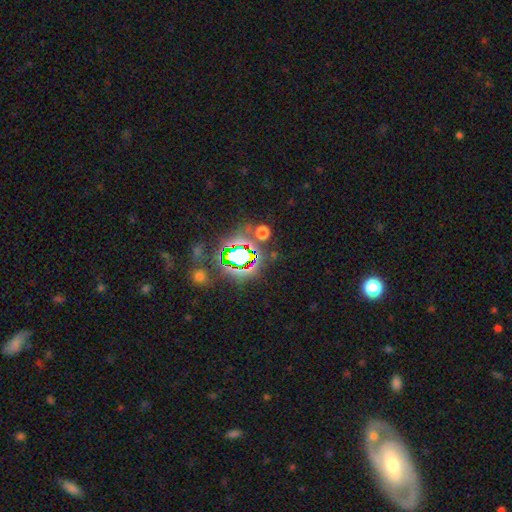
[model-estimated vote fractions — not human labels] A star or artifact, not a galaxy (78%).

Vote fractions:
- Smooth or featured? star or artifact: 78% / smooth: 14% / featured or disk: 8%